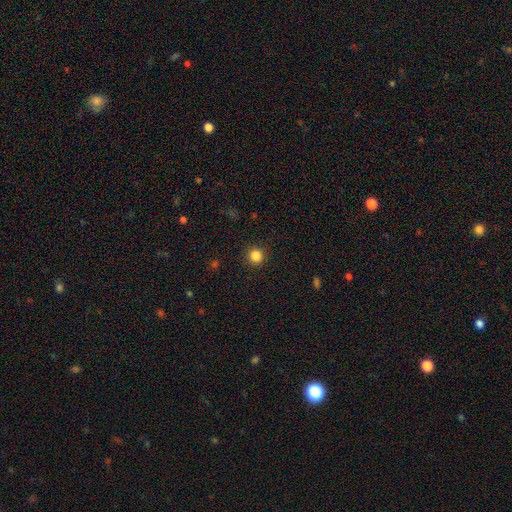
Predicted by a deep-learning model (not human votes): A smooth galaxy with no disk features (85%) that is round (94%).

Vote fractions:
- Smooth or featured? smooth: 85% / star or artifact: 11% / featured or disk: 3%
- How rounded? round: 94% / in between: 5% / cigar-shaped: 1%
- Merging? none: 92% / minor disturbance: 5% / major disturbance: 2% / merger: 1%